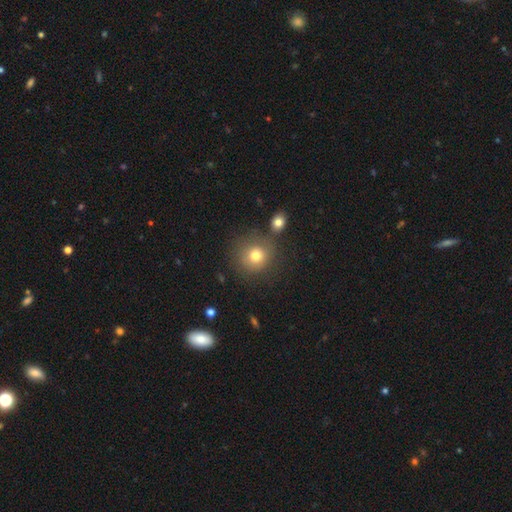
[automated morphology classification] The model was most divided on "merging": none: 75%, minor disturbance: 11%, merger: 9%, major disturbance: 5%. More confident: how rounded — round (89%); smooth or featured — smooth (77%).